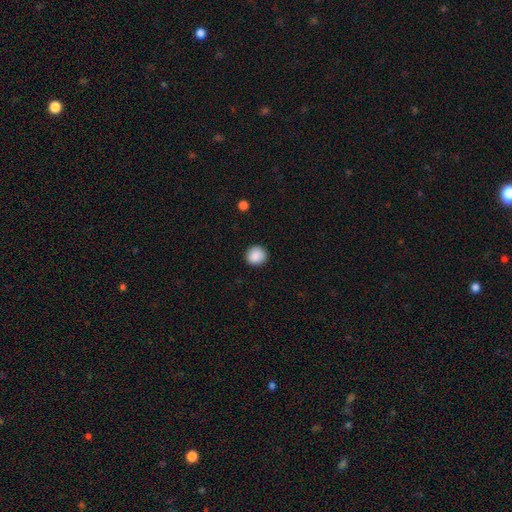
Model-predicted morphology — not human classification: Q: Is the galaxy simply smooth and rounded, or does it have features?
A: smooth — 89%.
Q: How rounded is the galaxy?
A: round — 93%.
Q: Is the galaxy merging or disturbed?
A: none — 91%.